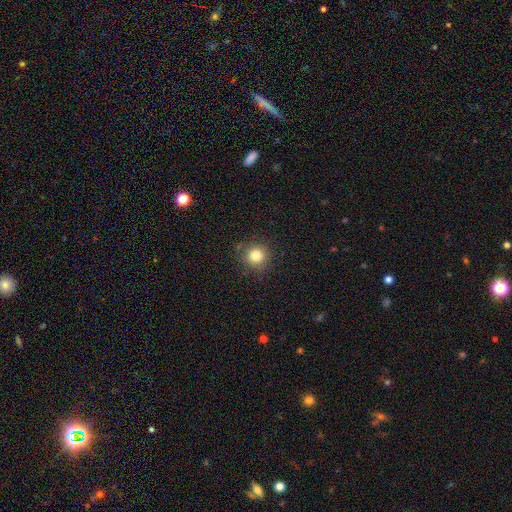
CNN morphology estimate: smooth_or_featured: smooth (p=0.81) [alt: star or artifact p=0.13]
how_rounded: round (p=0.94) [alt: in between p=0.05]
merging: none (p=0.87) [alt: minor disturbance p=0.08]